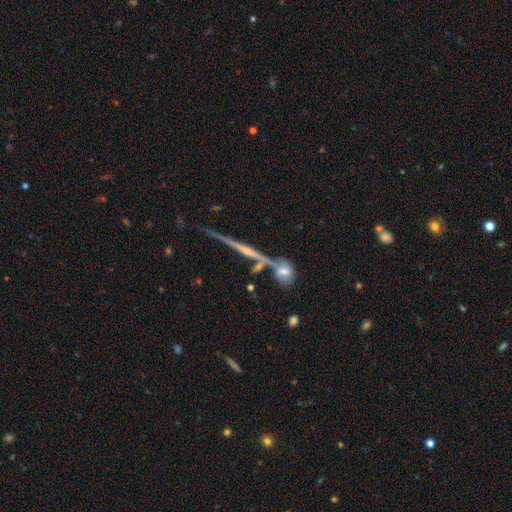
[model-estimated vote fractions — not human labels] smooth-or-featured: featured or disk: 52% | smooth: 25% | star or artifact: 23%
  disk-edge-on: yes: 86% | no: 14%
  merging: none: 70% | merger: 14% | minor disturbance: 10% | major disturbance: 6%